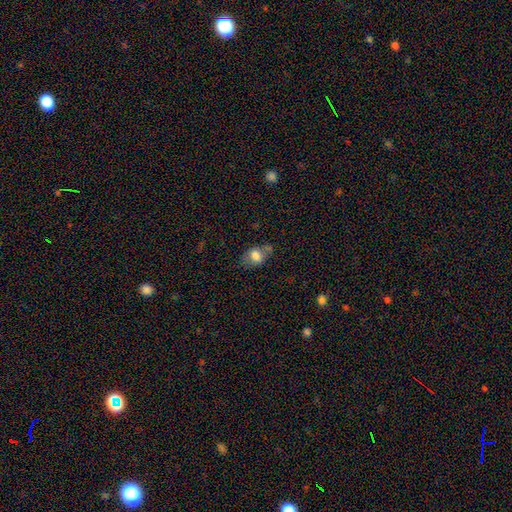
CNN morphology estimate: Smooth or featured: smooth — 70% (featured or disk — 20%)
How rounded: in between — 80% (round — 18%)
Merging: none — 60% (minor disturbance — 25%)